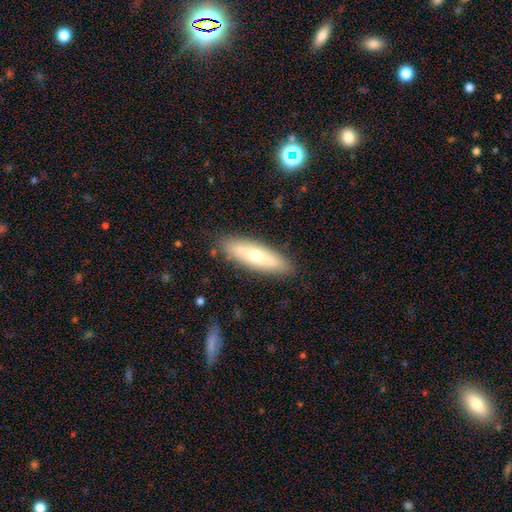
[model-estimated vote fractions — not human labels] smooth 57%, featured or disk 37%, star or artifact 6%. Down the decision tree: how rounded — cigar-shaped (56%); merging — none (86%).